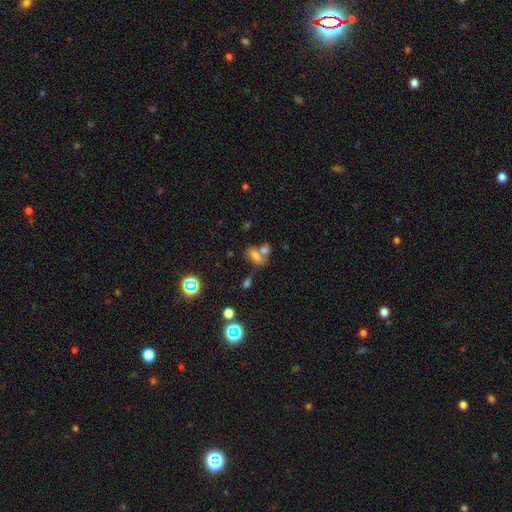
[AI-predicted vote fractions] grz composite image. It shows a smooth galaxy with no disk features (66%) that is in between round and cigar-shaped (77%). Merging: merger (46%).